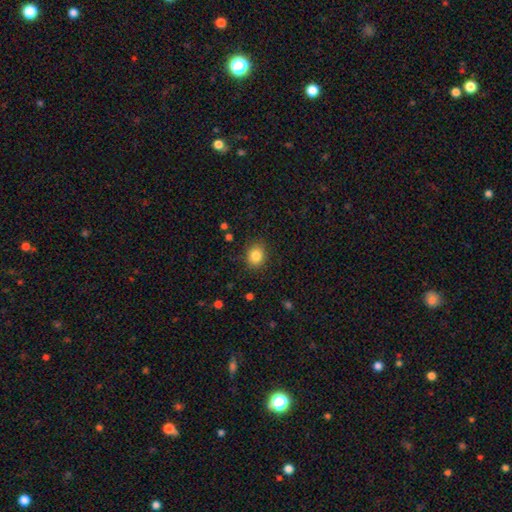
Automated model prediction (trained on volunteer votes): smooth-or-featured: smooth: 84% | star or artifact: 10% | featured or disk: 6%
  how-rounded: round: 66% | in between: 33% | cigar-shaped: 1%
  merging: none: 87% | minor disturbance: 9% | major disturbance: 3% | merger: 1%